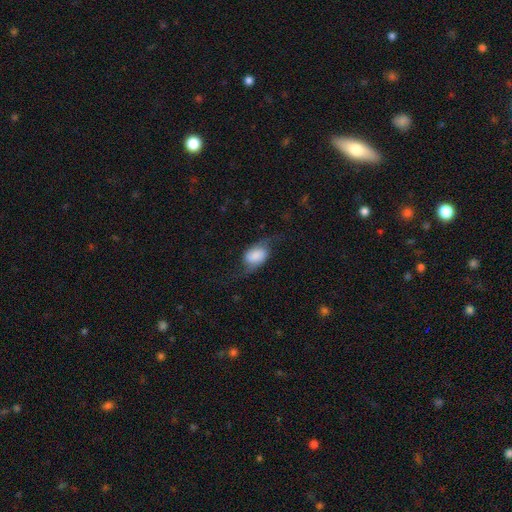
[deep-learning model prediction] A featured or disk galaxy (50%).

Vote fractions:
- Smooth or featured? featured or disk: 50% / smooth: 40% / star or artifact: 9%
- Edge-on disk? no: 93% / yes: 7%
- Merging? none: 60% / minor disturbance: 21% / major disturbance: 17% / merger: 2%